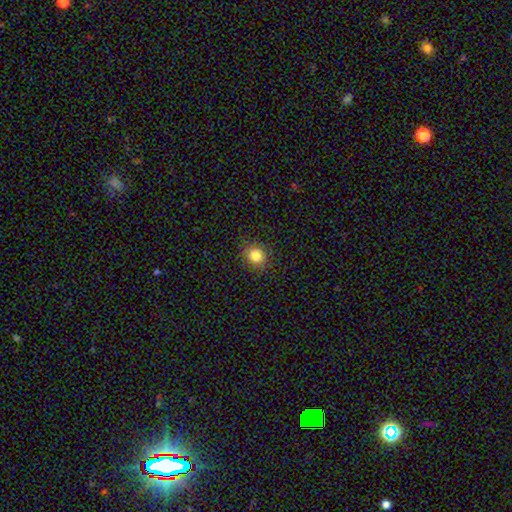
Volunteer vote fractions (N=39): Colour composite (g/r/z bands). It shows a smooth galaxy with no disk features (85%) that is round (88%). Merging: none (85%).